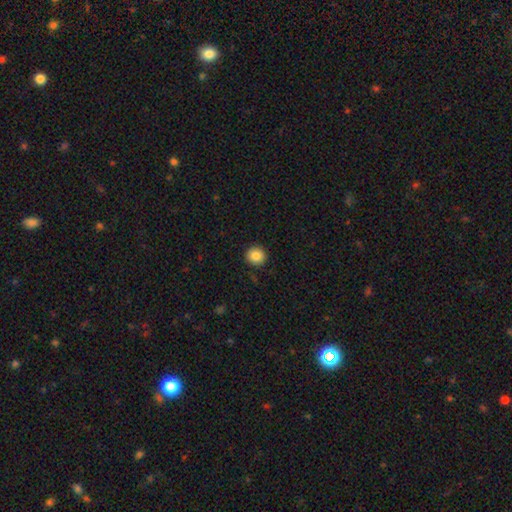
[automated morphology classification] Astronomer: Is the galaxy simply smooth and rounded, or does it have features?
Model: smooth — 86%.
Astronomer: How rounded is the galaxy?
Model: round — 91%.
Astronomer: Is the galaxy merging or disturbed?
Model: none — 91%.